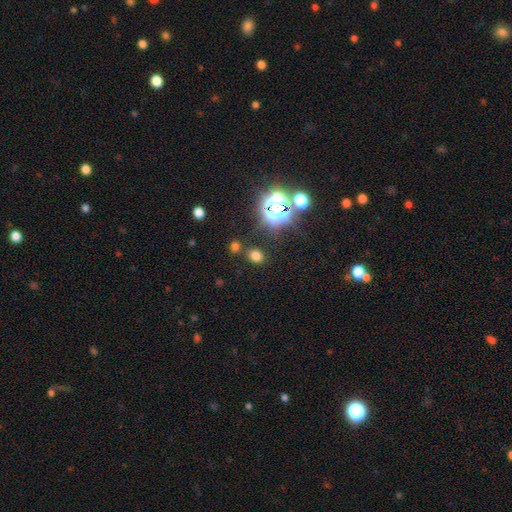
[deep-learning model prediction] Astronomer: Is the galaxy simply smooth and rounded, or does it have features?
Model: smooth — 66%.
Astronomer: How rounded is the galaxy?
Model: in between — 50% (runner-up: round, 49%).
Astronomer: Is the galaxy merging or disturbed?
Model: none — 79%.